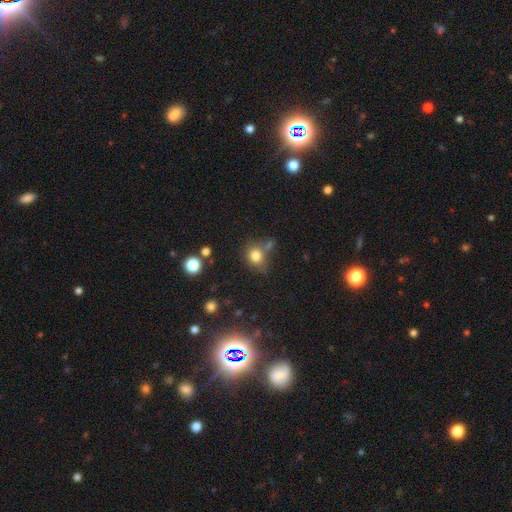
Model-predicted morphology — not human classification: Q: Smooth or featured?
A: smooth (79%); runner-up: star or artifact (13%)
Q: How rounded?
A: round (68%); runner-up: in between (31%)
Q: Merging?
A: none (61%); runner-up: minor disturbance (17%)